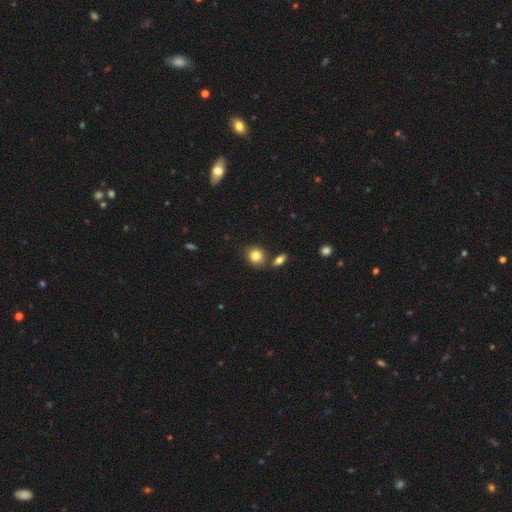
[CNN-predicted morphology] Smooth or featured? Predicted: smooth (p=0.83). How rounded? Predicted: round (p=0.72). Merging? Predicted: none (p=0.73).